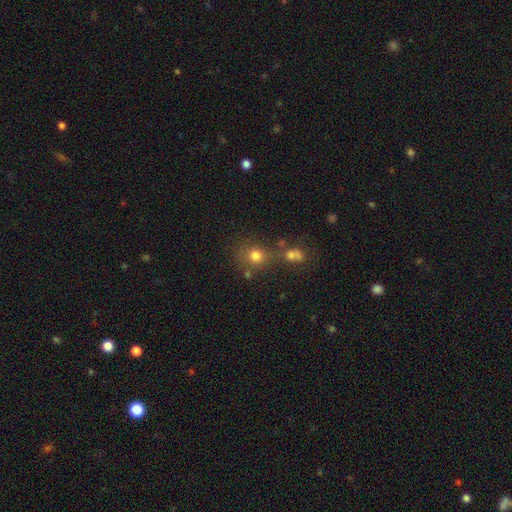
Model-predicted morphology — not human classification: A smooth galaxy with no disk features (74%) that is round (79%).

Vote fractions:
- Smooth or featured? smooth: 74% / star or artifact: 16% / featured or disk: 10%
- How rounded? round: 79% / in between: 20% / cigar-shaped: 1%
- Merging? none: 57% / merger: 24% / minor disturbance: 12% / major disturbance: 7%